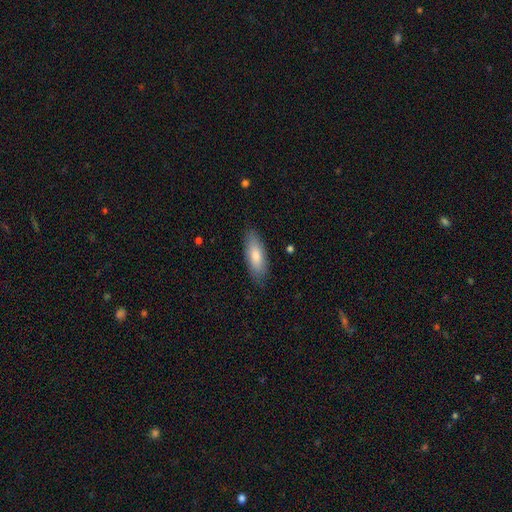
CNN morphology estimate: smooth-or-featured: smooth: 80% | featured or disk: 14% | star or artifact: 6%
  how-rounded: in between: 69% | cigar-shaped: 29% | round: 2%
  merging: none: 84% | minor disturbance: 13% | major disturbance: 3% | merger: 1%